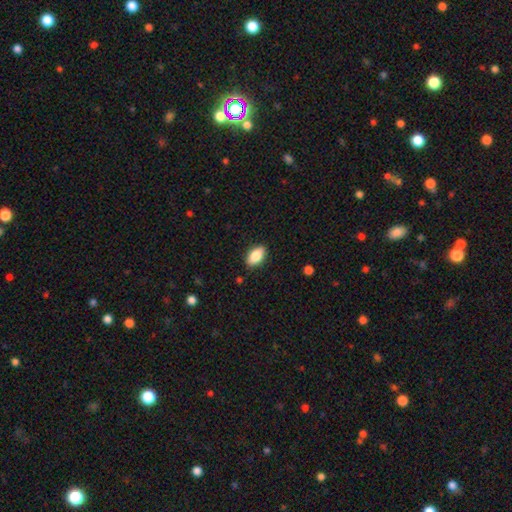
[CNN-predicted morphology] Smooth or featured? smooth (82%)
How rounded? in between (90%)
Merging? none (87%)